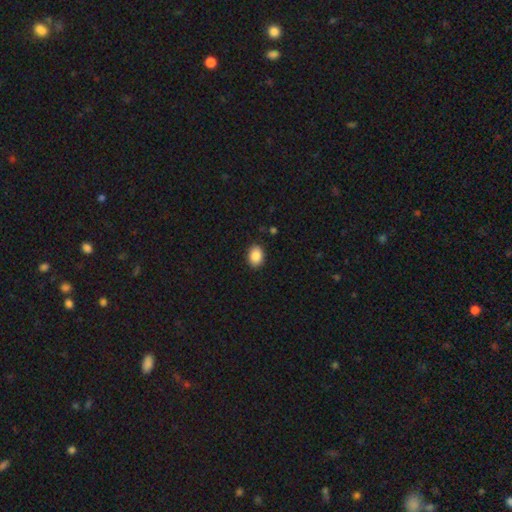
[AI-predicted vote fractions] smooth-or-featured: smooth: 88% | star or artifact: 8% | featured or disk: 4%
  how-rounded: in between: 75% | round: 24% | cigar-shaped: 1%
  merging: none: 89% | minor disturbance: 8% | major disturbance: 2% | merger: 1%